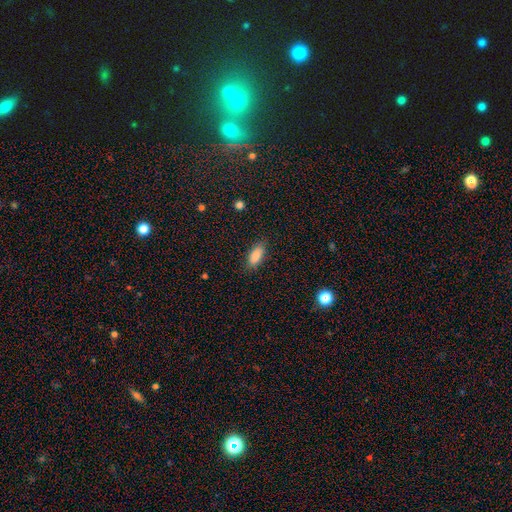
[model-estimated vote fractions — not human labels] Overall: smooth (86%). How rounded: in between (81%). Merging: none (84%).